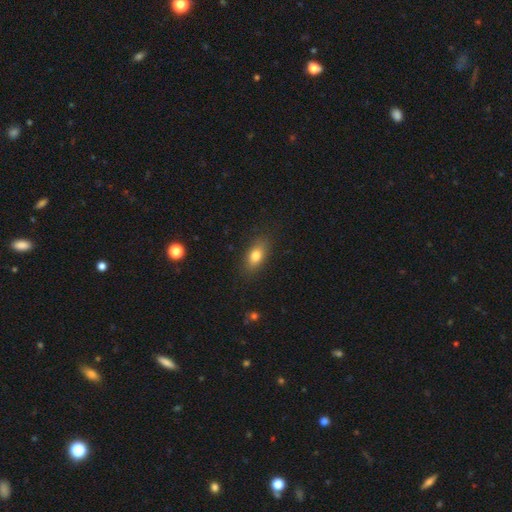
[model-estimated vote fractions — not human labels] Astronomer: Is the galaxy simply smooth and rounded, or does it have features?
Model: smooth — 79%.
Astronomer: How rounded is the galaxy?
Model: in between — 83%.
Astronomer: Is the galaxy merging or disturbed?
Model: none — 83%.